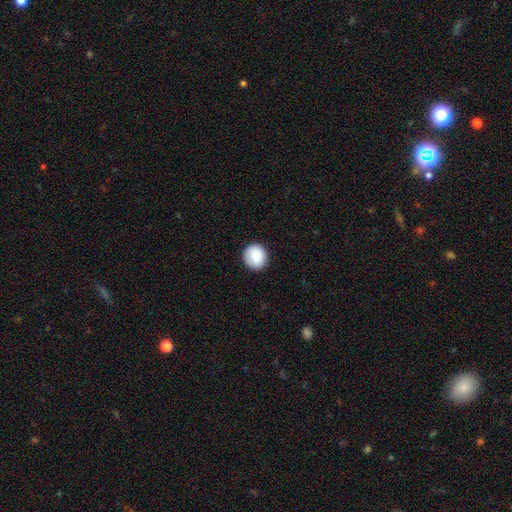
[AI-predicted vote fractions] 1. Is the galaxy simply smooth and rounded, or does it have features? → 86% smooth, 7% star or artifact, 6% featured or disk.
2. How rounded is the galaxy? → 90% round, 9% in between, 1% cigar-shaped.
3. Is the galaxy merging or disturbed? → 88% none, 9% minor disturbance, 2% major disturbance, 1% merger.